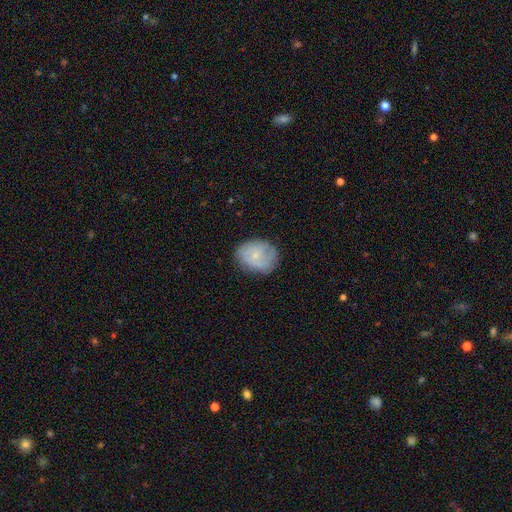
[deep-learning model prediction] A smooth galaxy with no disk features (47%).

Vote fractions:
- Smooth or featured? smooth: 47% / featured or disk: 45% / star or artifact: 8%
- Merging? none: 70% / minor disturbance: 22% / major disturbance: 7% / merger: 1%